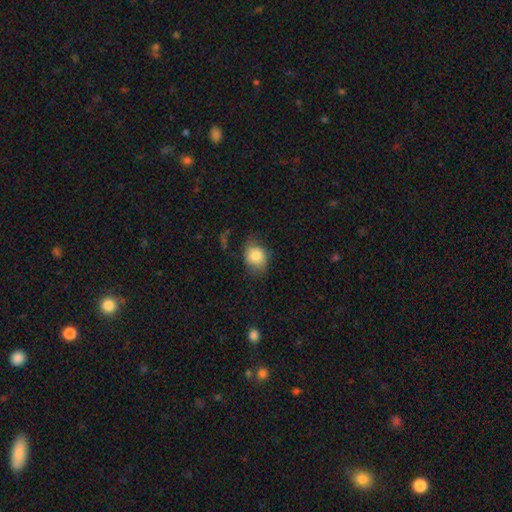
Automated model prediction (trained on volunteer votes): Smooth or featured?
  - smooth: 81% *
  - featured or disk: 10%
  - star or artifact: 8%
How rounded?
  - round: 53% *
  - in between: 46%
  - cigar-shaped: 1%
Merging?
  - none: 61% *
  - minor disturbance: 27%
  - major disturbance: 10%
  - merger: 2%